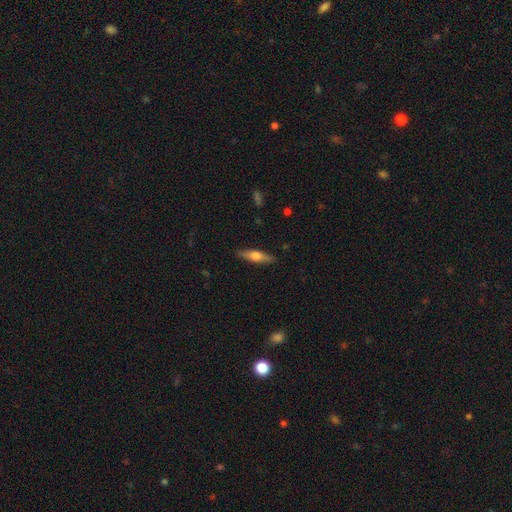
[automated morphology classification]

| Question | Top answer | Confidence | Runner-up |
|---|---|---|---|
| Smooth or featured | smooth | 50% | featured or disk (44%) |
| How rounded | cigar-shaped | 71% | in between (27%) |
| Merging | none | 88% | minor disturbance (9%) |